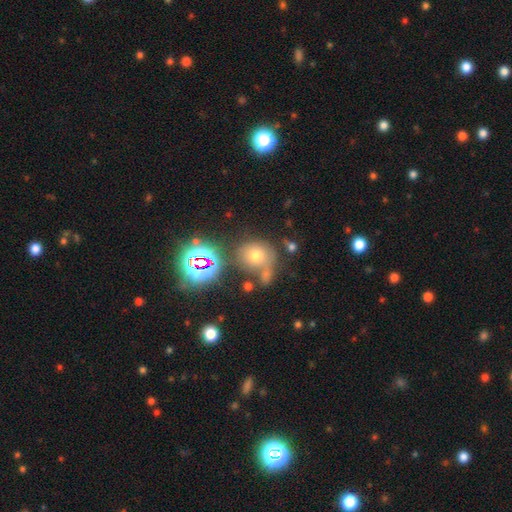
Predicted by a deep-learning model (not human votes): Q: Smooth or featured?
A: smooth (62%); runner-up: star or artifact (23%)
Q: How rounded?
A: round (75%); runner-up: in between (24%)
Q: Merging?
A: none (54%); runner-up: merger (23%)